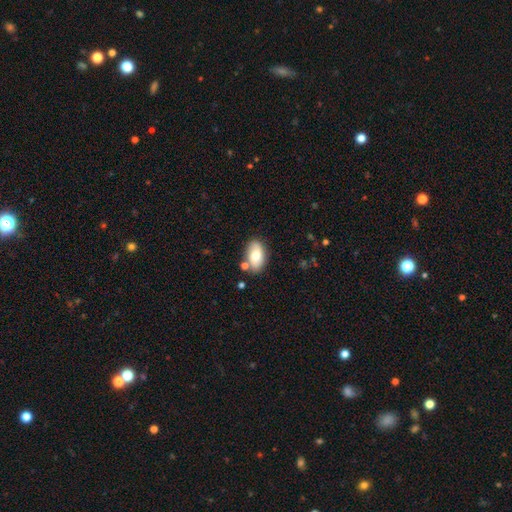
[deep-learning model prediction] Morphology: type=smooth (73%); roundness=in between (92%); merging=none (70%).